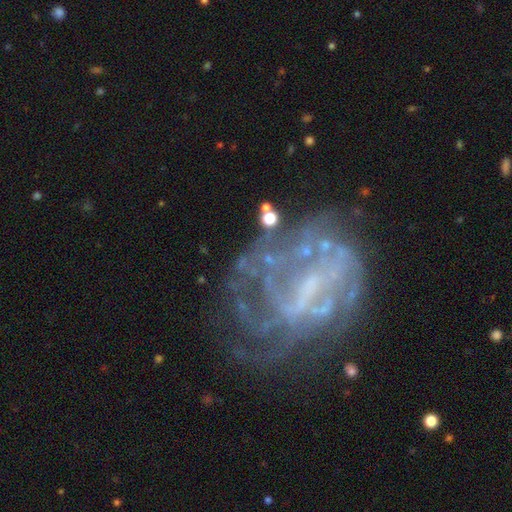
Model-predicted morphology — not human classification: Smooth or featured?
  - featured or disk: 74% *
  - star or artifact: 14%
  - smooth: 12%
Edge-on disk?
  - no: 97% *
  - yes: 3%
Bar?
  - weak: 41% *
  - no: 40%
  - strong: 20%
Spiral arms?
  - yes: 56% *
  - no: 44%
Bulge size?
  - none: 51% *
  - small: 33%
  - moderate: 12%
  - large: 2%
  - dominant: 1%
Merging?
  - none: 47% *
  - major disturbance: 28%
  - minor disturbance: 20%
  - merger: 5%